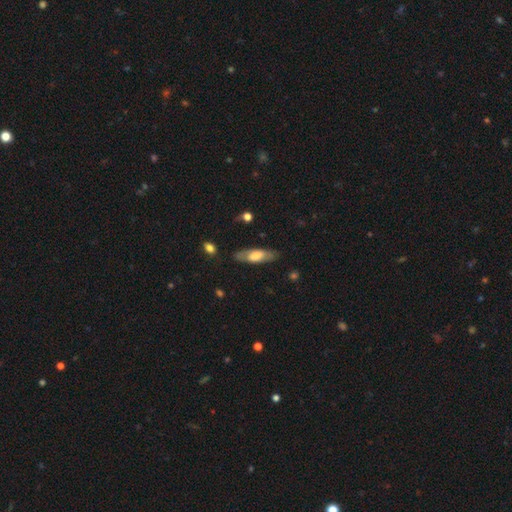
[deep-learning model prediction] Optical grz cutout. It shows a smooth galaxy with no disk features (54%) that is in between round and cigar-shaped (57%). Merging: none (79%).